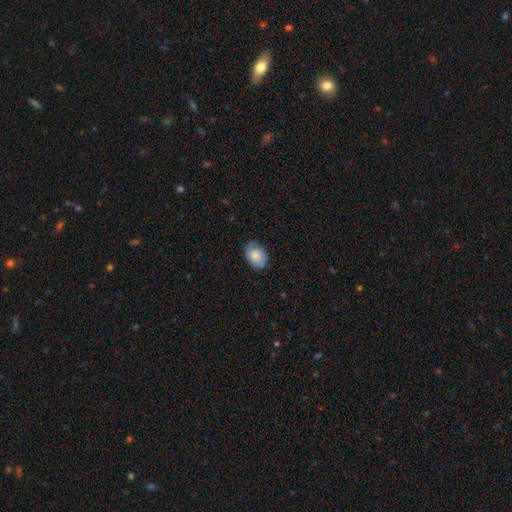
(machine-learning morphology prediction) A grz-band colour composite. It shows a smooth galaxy with no disk features (78%) that is in between round and cigar-shaped (78%). Merging: none (70%).